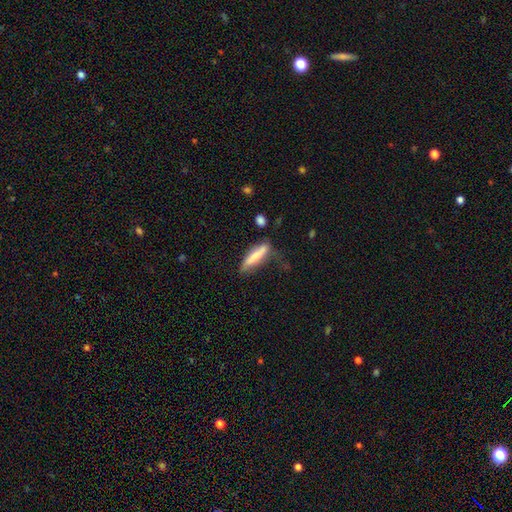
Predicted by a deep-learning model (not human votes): smooth-or-featured: smooth: 69% | featured or disk: 25% | star or artifact: 6%
  how-rounded: cigar-shaped: 76% | in between: 22% | round: 2%
  merging: none: 55% | minor disturbance: 28% | major disturbance: 11% | merger: 6%